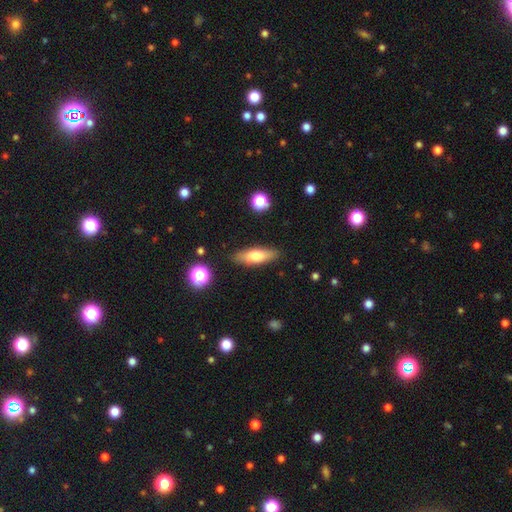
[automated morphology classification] Smooth or featured: smooth — 65% (featured or disk — 28%)
How rounded: cigar-shaped — 50% (in between — 47%)
Merging: none — 86% (minor disturbance — 10%)